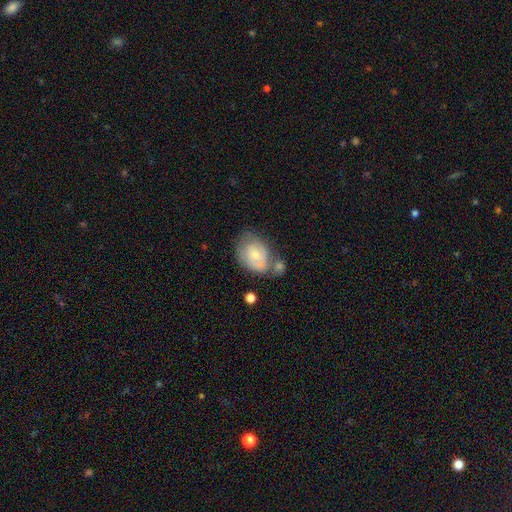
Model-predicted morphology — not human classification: This appears to be a smooth galaxy with no disk features (61%) that is in between round and cigar-shaped (78%). Merging: none (39%).